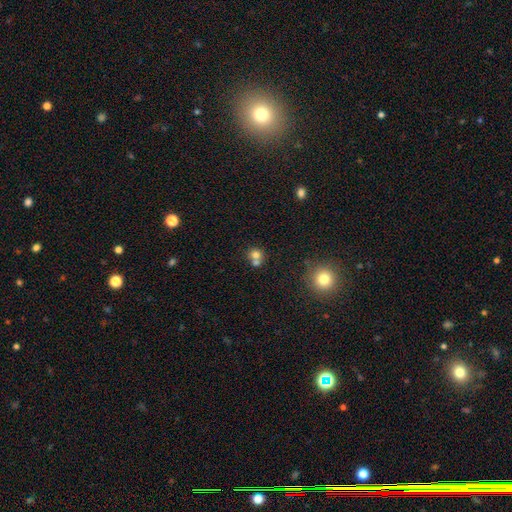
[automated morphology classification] Overall: smooth (73%). How rounded: round (84%). Merging: merger (49%; none 42%).